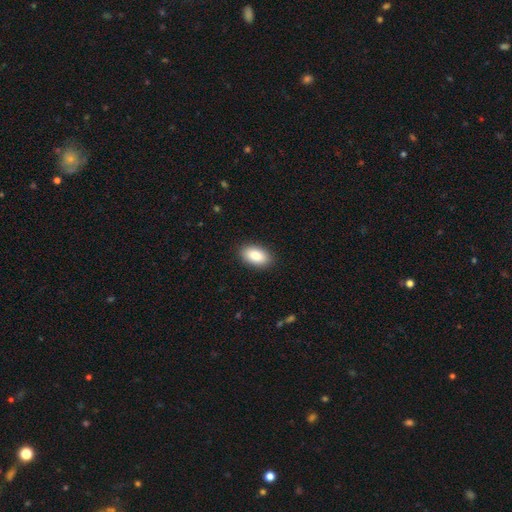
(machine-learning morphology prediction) Smooth or featured? Predicted: smooth (p=0.86). How rounded? Predicted: in between (p=0.93). Merging? Predicted: none (p=0.89).